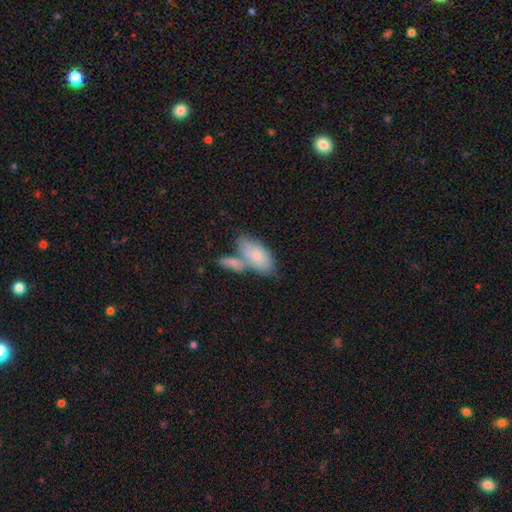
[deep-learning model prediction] Smooth or featured?
  - smooth: 73% *
  - featured or disk: 21%
  - star or artifact: 6%
How rounded?
  - in between: 89% *
  - cigar-shaped: 8%
  - round: 3%
Merging?
  - merger: 47% *
  - none: 33%
  - minor disturbance: 14%
  - major disturbance: 6%